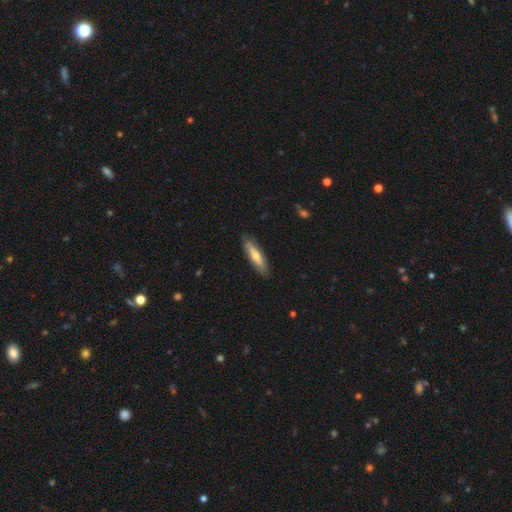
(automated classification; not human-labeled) A smooth galaxy with no disk features (49%). Merging: none (80%).